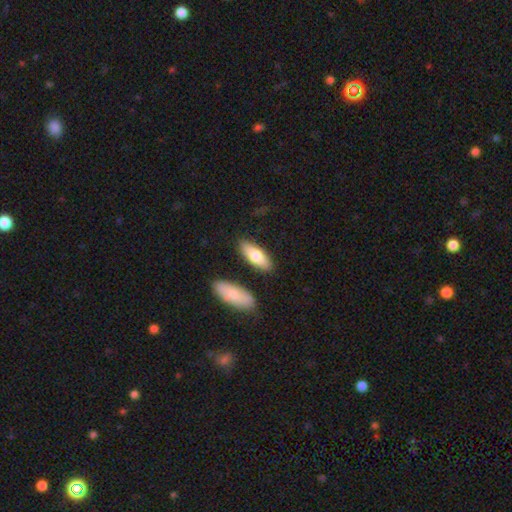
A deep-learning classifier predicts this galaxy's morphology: type=smooth (75%); roundness=in between (72%); merging=none (82%).